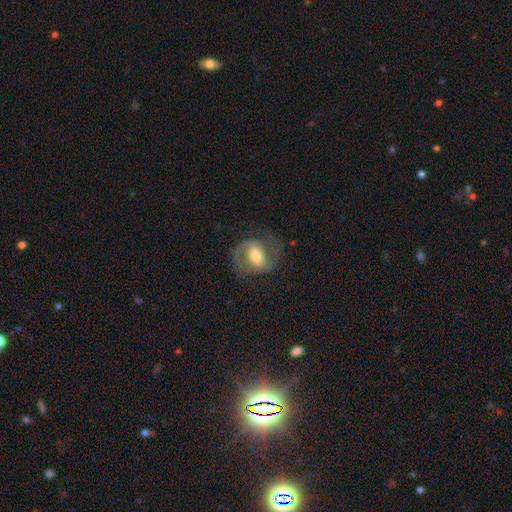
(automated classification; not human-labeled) Smooth or featured? Predicted: featured or disk (p=0.78). Edge-on disk? Predicted: no (p=0.97). Bar? Predicted: weak (p=0.46). Spiral arms? Predicted: yes (p=0.92). Spiral winding? Predicted: medium (p=0.55). Spiral arm count? Predicted: 2 (p=0.87). Bulge size? Predicted: moderate (p=0.64). Merging? Predicted: none (p=0.69).